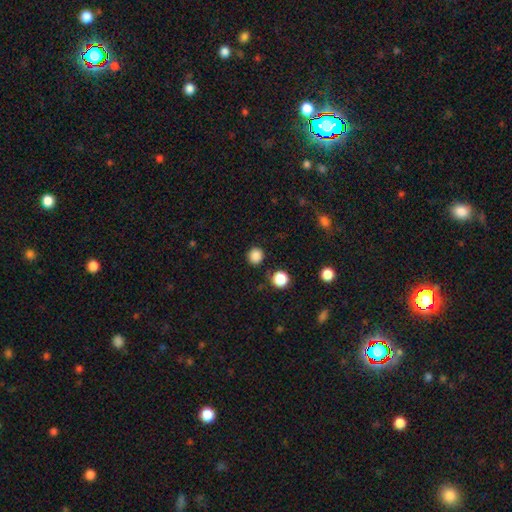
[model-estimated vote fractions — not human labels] Smooth or featured? smooth (84%)
How rounded? round (93%)
Merging? none (87%)